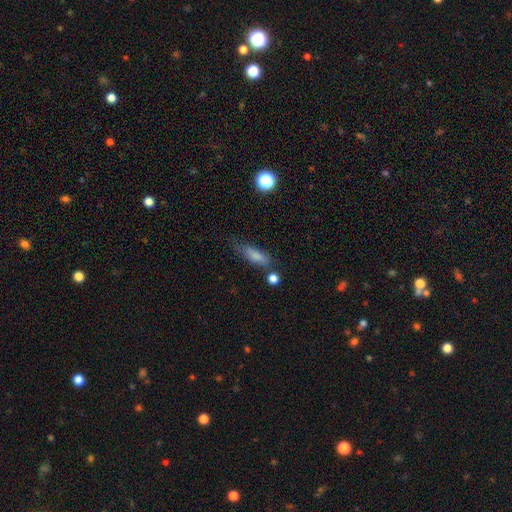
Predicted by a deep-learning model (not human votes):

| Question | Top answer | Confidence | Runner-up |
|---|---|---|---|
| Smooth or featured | smooth | 79% | featured or disk (12%) |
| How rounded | in between | 54% | cigar-shaped (42%) |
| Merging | none | 57% | minor disturbance (25%) |